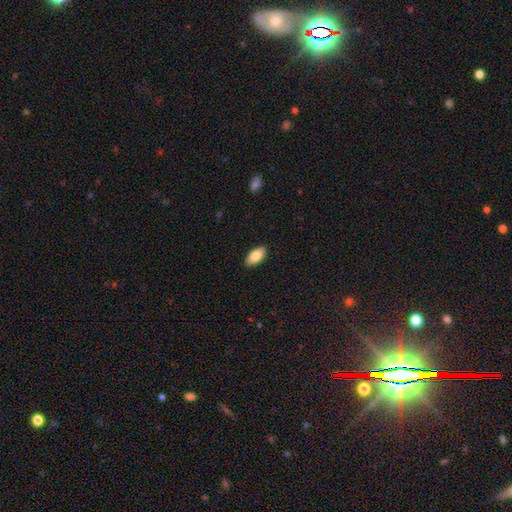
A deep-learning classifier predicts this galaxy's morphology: smooth-or-featured: smooth: 84% | featured or disk: 10% | star or artifact: 6%
  how-rounded: in between: 92% | cigar-shaped: 6% | round: 2%
  merging: none: 90% | minor disturbance: 8% | major disturbance: 2% | merger: 1%